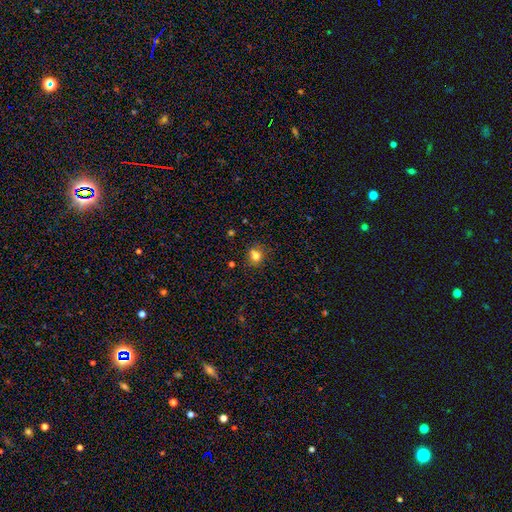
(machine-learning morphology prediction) Q: Smooth or featured?
A: smooth (78%); runner-up: star or artifact (15%)
Q: How rounded?
A: round (73%); runner-up: in between (26%)
Q: Merging?
A: none (75%); runner-up: minor disturbance (17%)